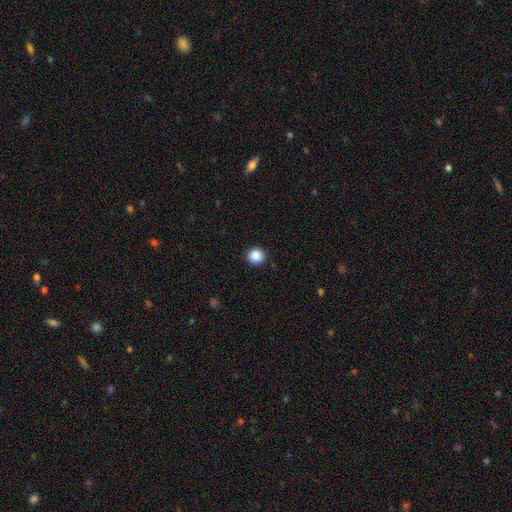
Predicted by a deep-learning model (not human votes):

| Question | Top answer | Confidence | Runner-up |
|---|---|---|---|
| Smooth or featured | smooth | 88% | star or artifact (9%) |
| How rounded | round | 96% | in between (3%) |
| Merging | none | 93% | minor disturbance (5%) |